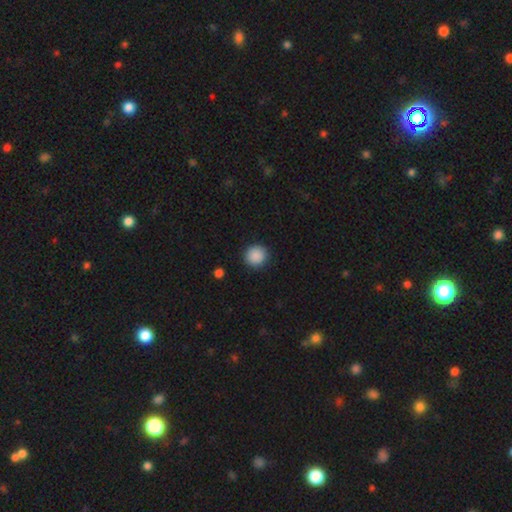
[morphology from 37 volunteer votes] Smooth or featured? smooth (89%)
How rounded? round (91%)
Merging? none (94%)